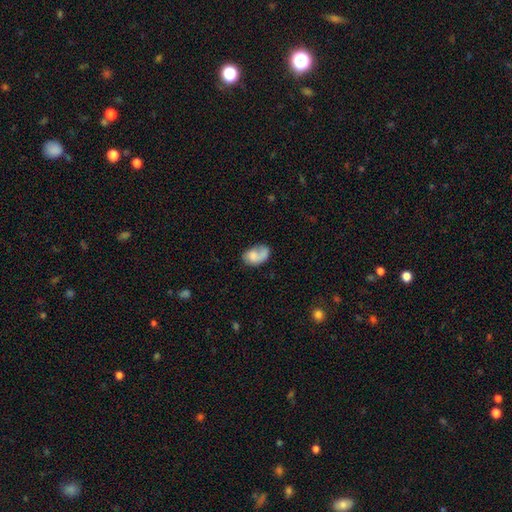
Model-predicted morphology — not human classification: smooth_or_featured: smooth (p=0.59) [alt: featured or disk p=0.33]
how_rounded: in between (p=0.83) [alt: round p=0.15]
merging: none (p=0.37) [alt: major disturbance p=0.26]